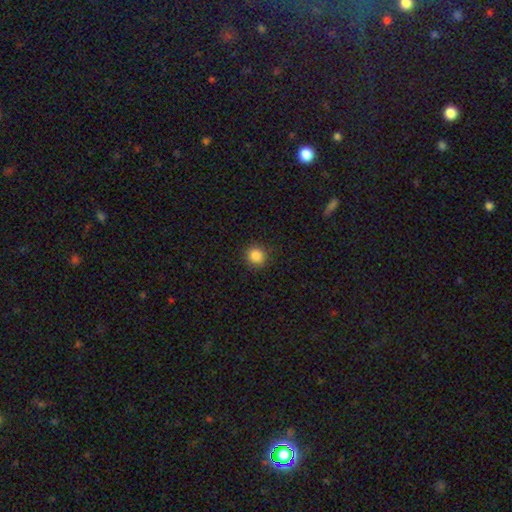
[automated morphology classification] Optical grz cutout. It shows a smooth galaxy with no disk features (85%) that is round (91%). Merging: none (91%).